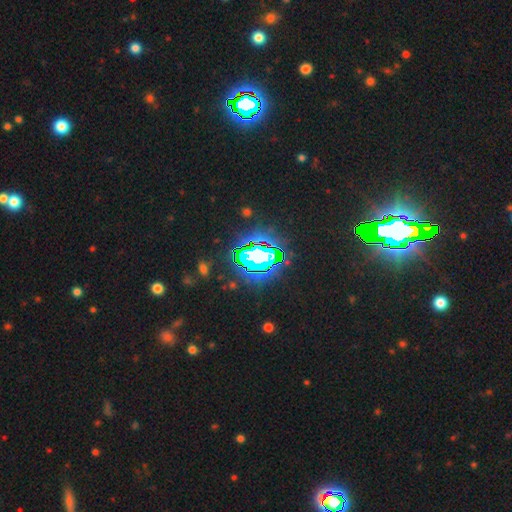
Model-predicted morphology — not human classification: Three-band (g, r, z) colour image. It shows a star or artifact, not a galaxy (73%).